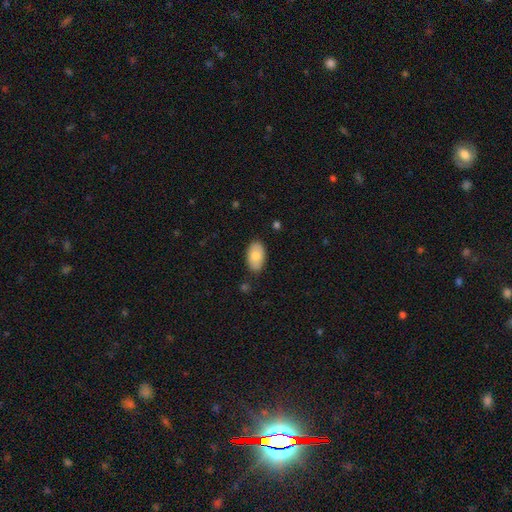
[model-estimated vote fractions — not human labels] Q: Smooth or featured?
A: smooth (79%); runner-up: featured or disk (15%)
Q: How rounded?
A: in between (95%); runner-up: round (4%)
Q: Merging?
A: none (83%); runner-up: minor disturbance (13%)